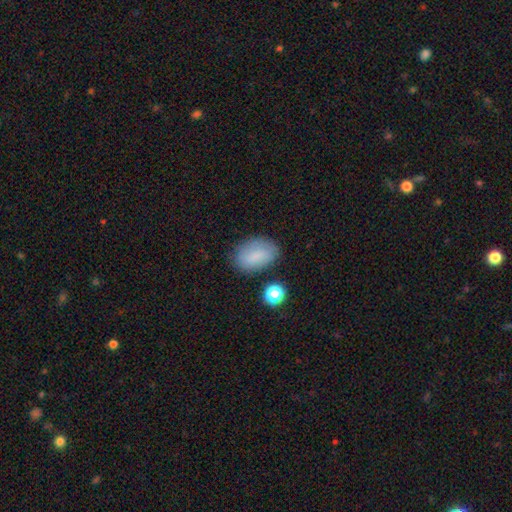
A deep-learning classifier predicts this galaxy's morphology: Smooth or featured: smooth — 80% (featured or disk — 11%)
How rounded: in between — 87% (round — 11%)
Merging: none — 73% (minor disturbance — 18%)